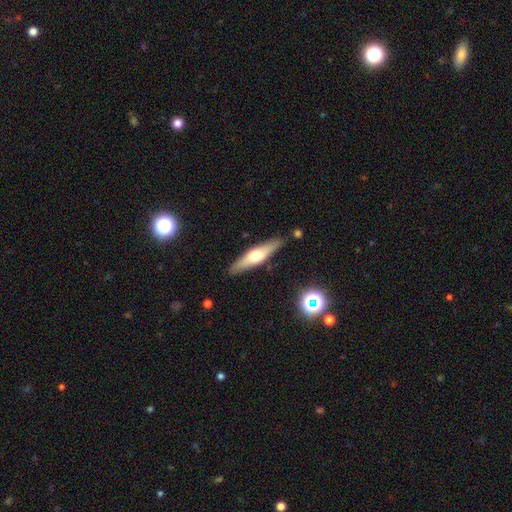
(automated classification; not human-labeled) This is possibly a featured or disk galaxy (52%). It is clearly viewed edge-on (91%). Merging: clearly none (87%).